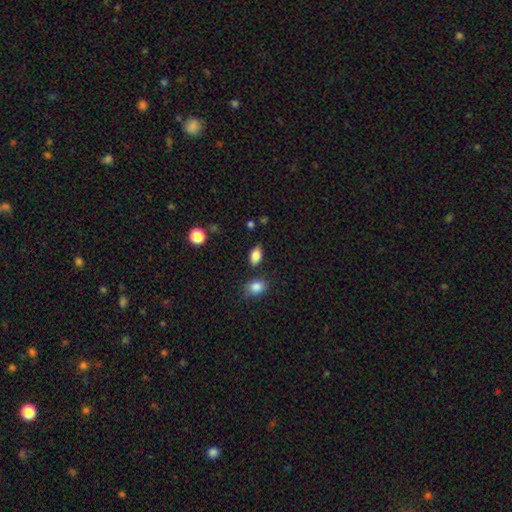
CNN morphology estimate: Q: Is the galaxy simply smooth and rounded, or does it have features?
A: smooth — 83%.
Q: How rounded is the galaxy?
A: in between — 88%.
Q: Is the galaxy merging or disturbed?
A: none — 79%.